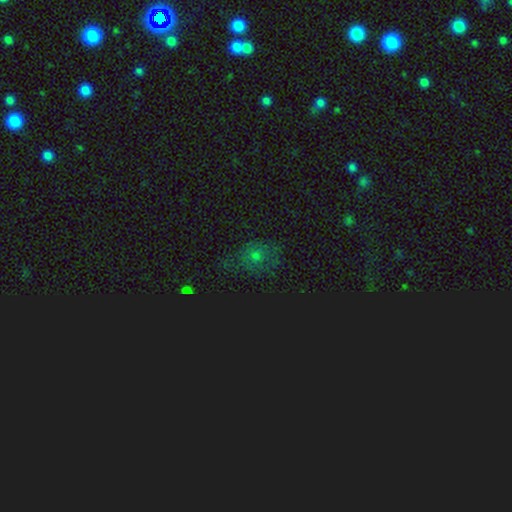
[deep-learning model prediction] This appears to be a smooth galaxy with no disk features (49%). Merging: none (69%).